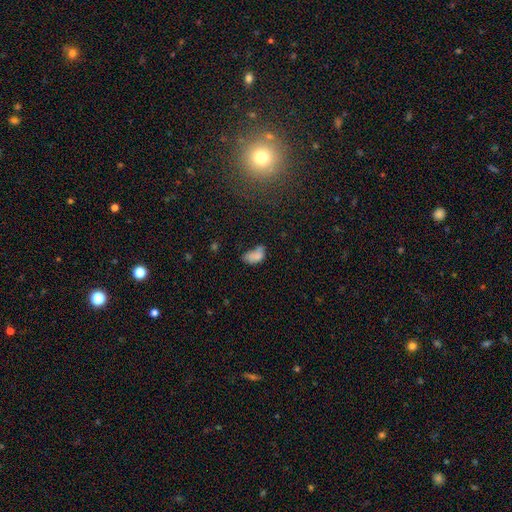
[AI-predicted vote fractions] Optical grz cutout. It shows a smooth galaxy with no disk features (75%) that is in between round and cigar-shaped (91%). Merging: minor disturbance (32%).